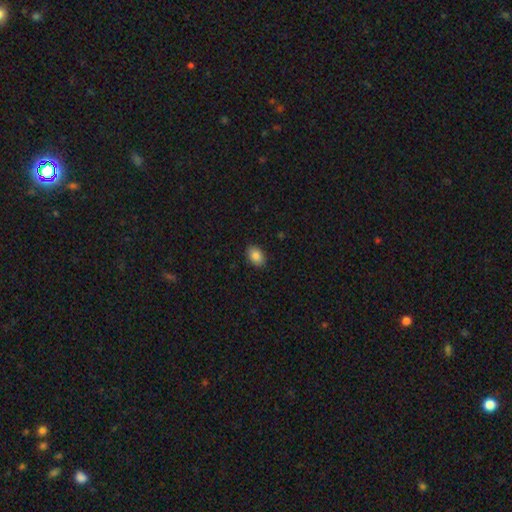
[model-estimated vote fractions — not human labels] Smooth or featured? smooth (87%)
How rounded? in between (83%)
Merging? none (89%)